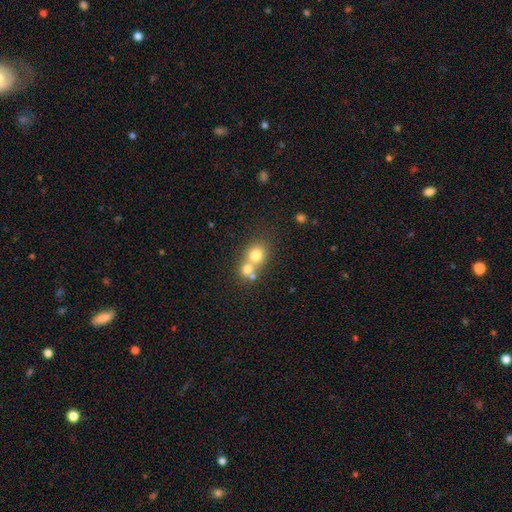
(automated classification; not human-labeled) This is likely a smooth galaxy (73%). How rounded: likely round (76%). Merging: possibly merger (57%).